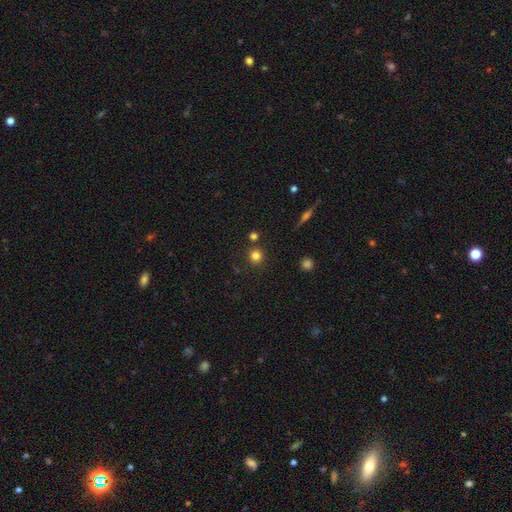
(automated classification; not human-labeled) The model was most divided on "smooth or featured": smooth: 80%, star or artifact: 14%, featured or disk: 6%. More confident: how rounded — round (93%); merging — none (83%).